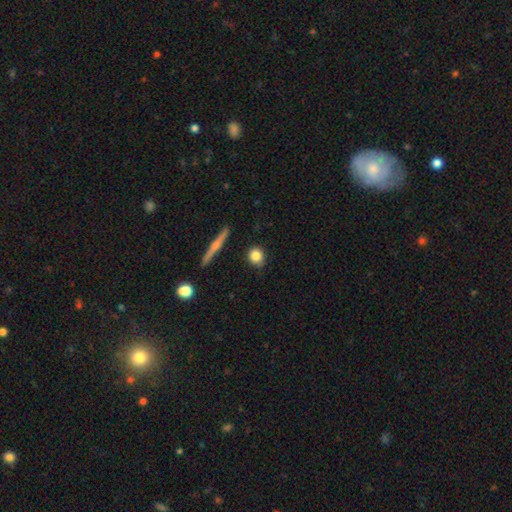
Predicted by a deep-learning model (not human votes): This is clearly a smooth galaxy (82%). How rounded: clearly round (82%). Merging: clearly none (83%).